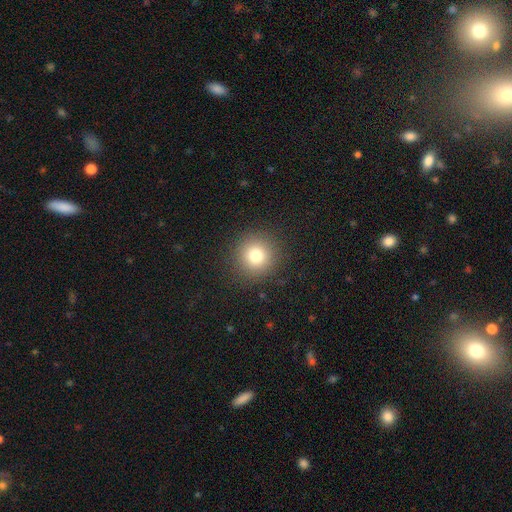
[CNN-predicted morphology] A smooth galaxy with no disk features (78%) that is round (94%).

Vote fractions:
- Smooth or featured? smooth: 78% / star or artifact: 14% / featured or disk: 8%
- How rounded? round: 94% / in between: 5% / cigar-shaped: 1%
- Merging? none: 90% / minor disturbance: 6% / major disturbance: 3% / merger: 1%